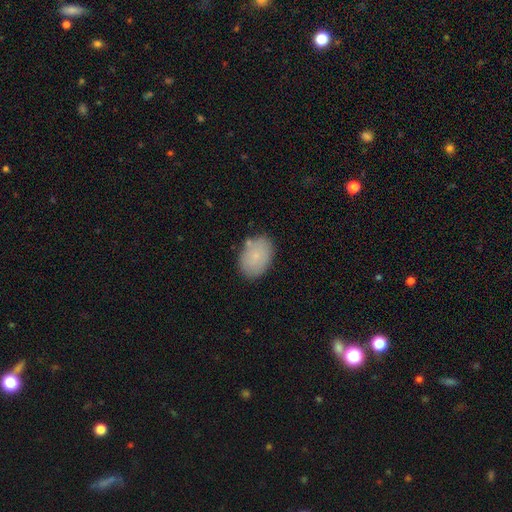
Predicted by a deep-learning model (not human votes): smooth 80%, featured or disk 13%, star or artifact 7%. Down the decision tree: how rounded — in between (84%); merging — none (80%).